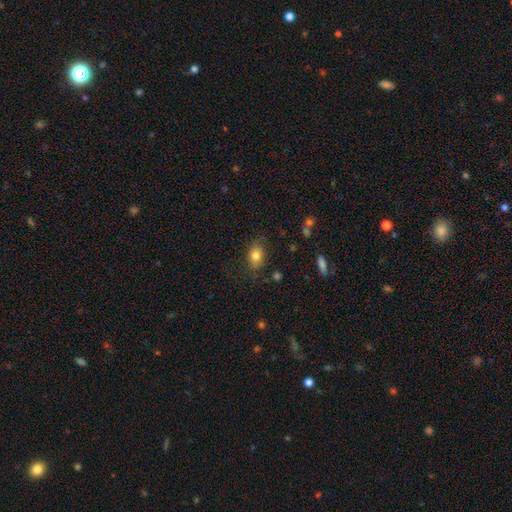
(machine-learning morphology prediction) This appears to be a smooth galaxy with no disk features (81%) that is in between round and cigar-shaped (78%). Merging: none (78%).